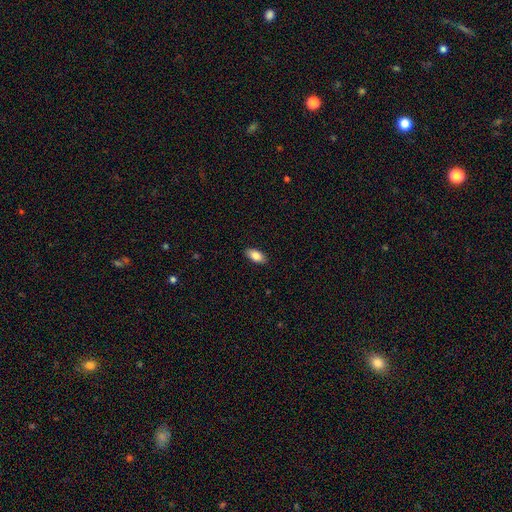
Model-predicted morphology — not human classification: Smooth or featured: smooth — 85% (featured or disk — 8%)
How rounded: in between — 90% (cigar-shaped — 7%)
Merging: none — 89% (minor disturbance — 9%)